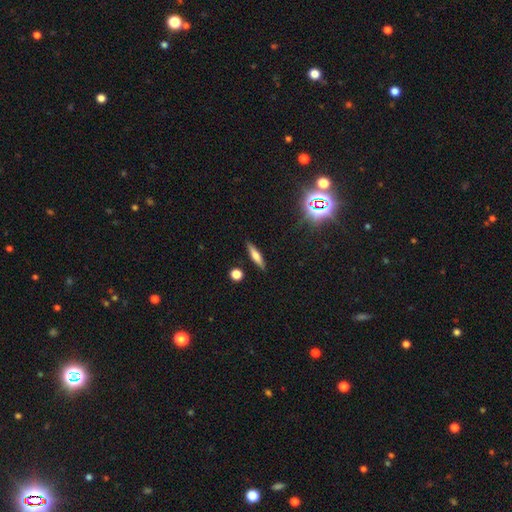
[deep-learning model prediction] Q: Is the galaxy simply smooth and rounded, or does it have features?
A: smooth — 54%.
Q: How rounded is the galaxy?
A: cigar-shaped — 75%.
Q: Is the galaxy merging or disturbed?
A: none — 87%.